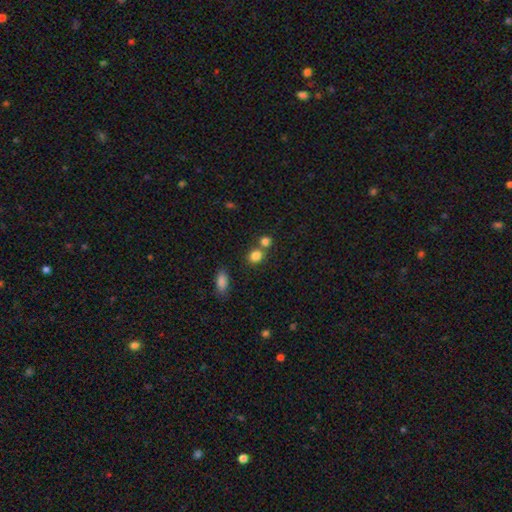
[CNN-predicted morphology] smooth_or_featured: smooth (p=0.82) [alt: star or artifact p=0.12]
how_rounded: round (p=0.65) [alt: in between p=0.34]
merging: none (p=0.53) [alt: merger p=0.35]